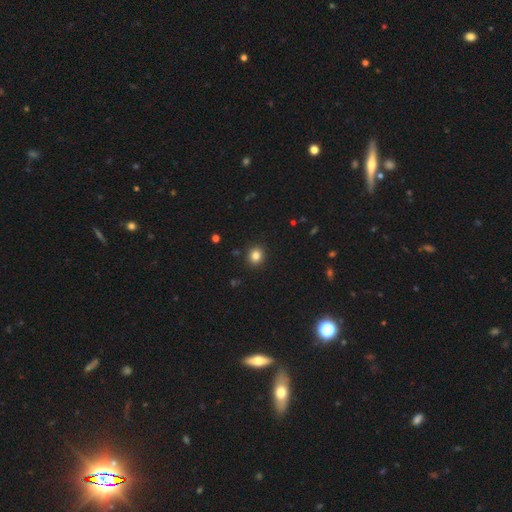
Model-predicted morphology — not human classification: A smooth galaxy with no disk features (83%) that is round (80%).

Vote fractions:
- Smooth or featured? smooth: 83% / star or artifact: 12% / featured or disk: 5%
- How rounded? round: 80% / in between: 19% / cigar-shaped: 1%
- Merging? none: 91% / minor disturbance: 6% / major disturbance: 2% / merger: 1%